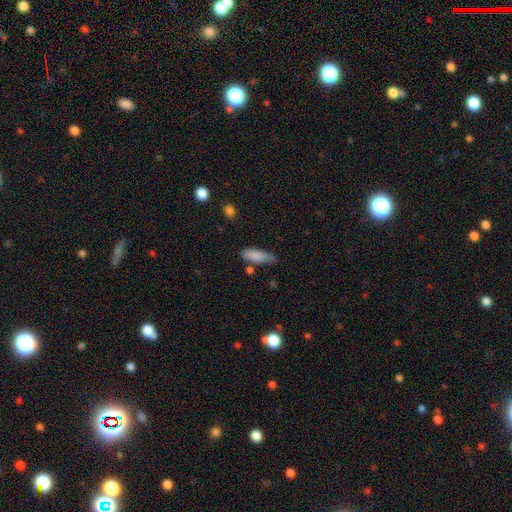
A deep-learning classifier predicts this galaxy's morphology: Overall: smooth (84%). How rounded: in between (60%; cigar-shaped 38%). Merging: none (59%; minor disturbance 29%).